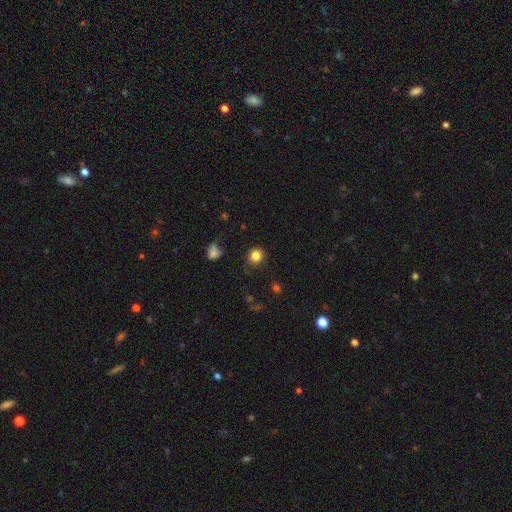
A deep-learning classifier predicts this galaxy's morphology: Smooth or featured?
  - smooth: 84% *
  - star or artifact: 12%
  - featured or disk: 5%
How rounded?
  - round: 85% *
  - in between: 14%
  - cigar-shaped: 1%
Merging?
  - none: 86% *
  - minor disturbance: 10%
  - major disturbance: 3%
  - merger: 2%